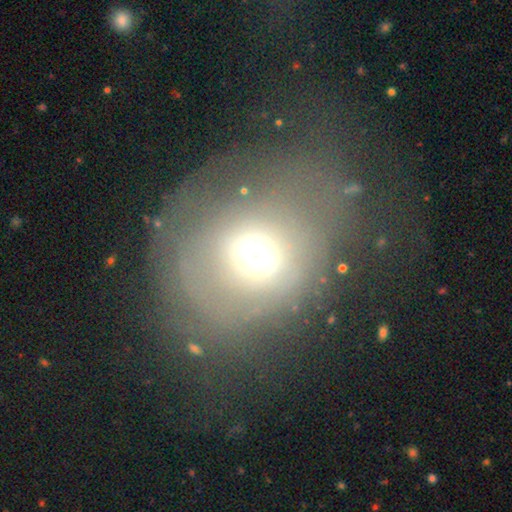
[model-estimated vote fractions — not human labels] Smooth or featured? Predicted: smooth (p=0.52). How rounded? Predicted: round (p=0.68). Merging? Predicted: none (p=0.40).